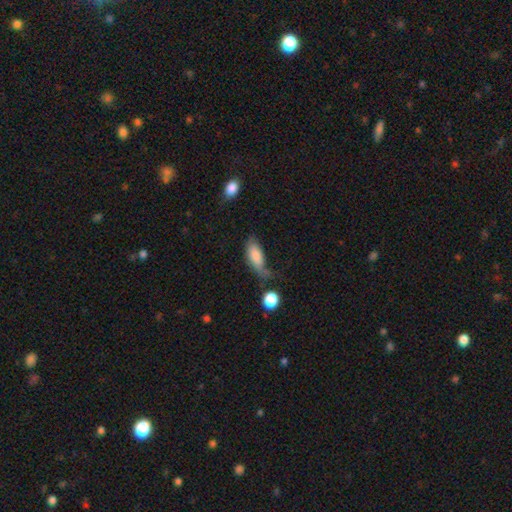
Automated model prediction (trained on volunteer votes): Smooth or featured? Predicted: smooth (p=0.78). How rounded? Predicted: in between (p=0.80). Merging? Predicted: none (p=0.35).